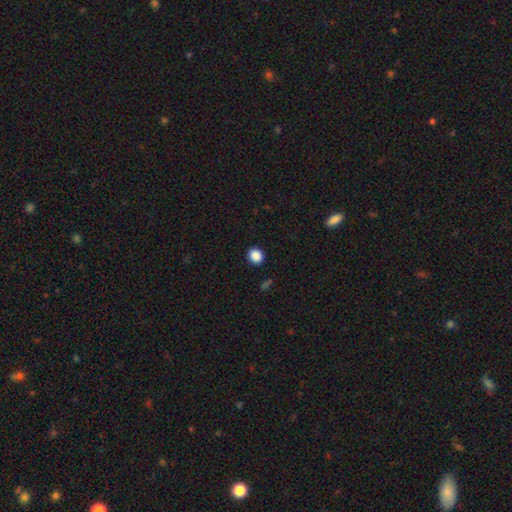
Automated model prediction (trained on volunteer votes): Smooth or featured?
  - smooth: 87% *
  - star or artifact: 10%
  - featured or disk: 3%
How rounded?
  - round: 76% *
  - in between: 23%
  - cigar-shaped: 1%
Merging?
  - none: 90% *
  - minor disturbance: 7%
  - major disturbance: 2%
  - merger: 1%